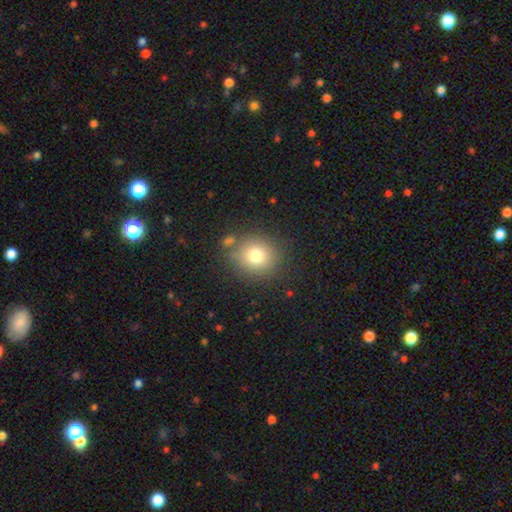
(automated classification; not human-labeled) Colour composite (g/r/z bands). It shows a smooth galaxy with no disk features (77%) that is round (83%). Merging: none (79%).